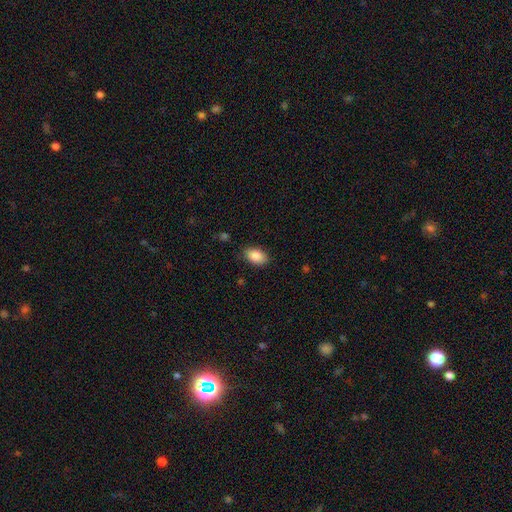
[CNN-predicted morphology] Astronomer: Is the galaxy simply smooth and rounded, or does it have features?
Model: smooth — 87%.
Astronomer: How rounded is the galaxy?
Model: in between — 90%.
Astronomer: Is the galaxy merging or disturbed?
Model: none — 85%.